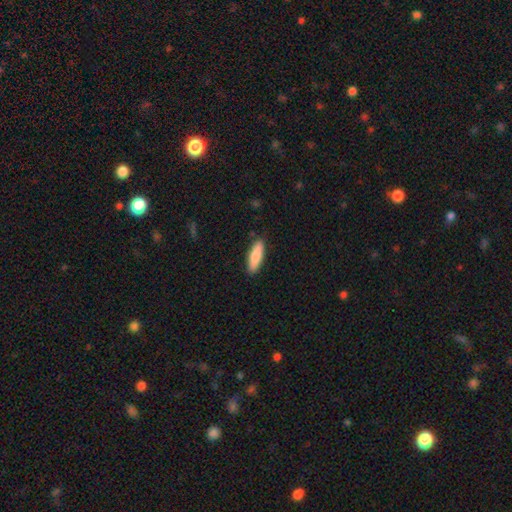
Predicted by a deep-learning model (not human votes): Smooth or featured: smooth — 83% (featured or disk — 12%)
How rounded: cigar-shaped — 58% (in between — 41%)
Merging: none — 88% (minor disturbance — 9%)